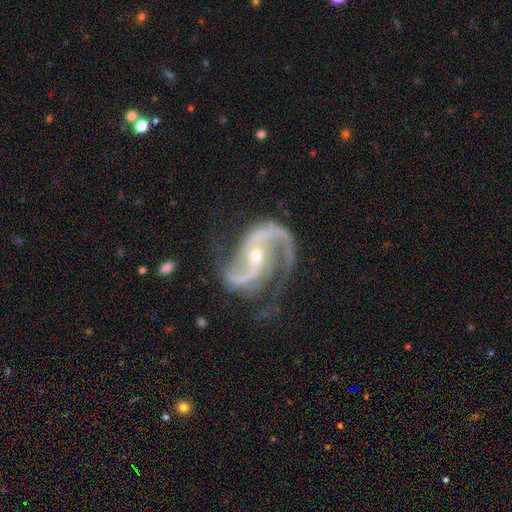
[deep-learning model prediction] This appears to be a featured or disk galaxy (93%) with no bar (35%, tied with weak), 2 (88%) medium (55%) spiral arms (99%) and a small central bulge (57%). Merging: none (65%).